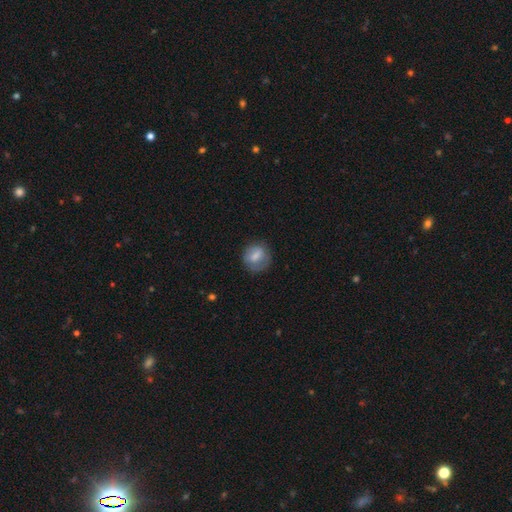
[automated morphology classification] A smooth galaxy with no disk features (66%) that is round (73%).

Vote fractions:
- Smooth or featured? smooth: 66% / featured or disk: 26% / star or artifact: 8%
- How rounded? round: 73% / in between: 25% / cigar-shaped: 2%
- Merging? none: 71% / minor disturbance: 20% / major disturbance: 8% / merger: 1%